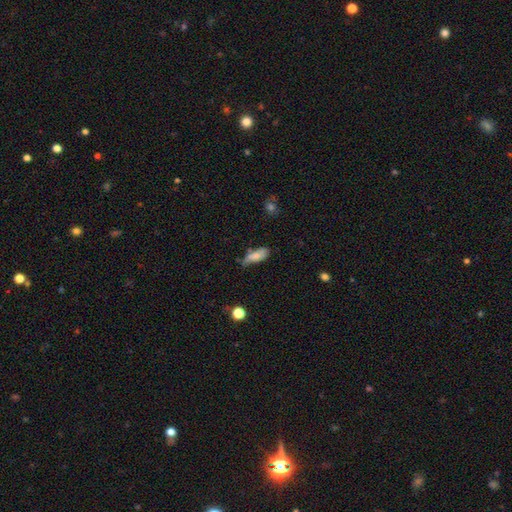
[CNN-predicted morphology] Overall: smooth (75%). How rounded: in between (73%). Merging: none (40%; minor disturbance 38%).